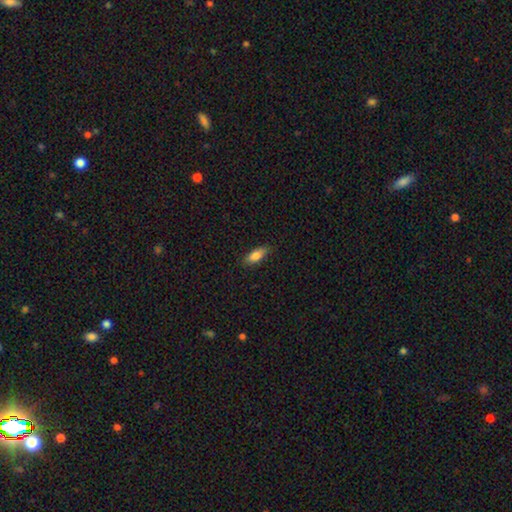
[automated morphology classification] smooth-or-featured: smooth: 82% | featured or disk: 11% | star or artifact: 7%
  how-rounded: in between: 73% | cigar-shaped: 25% | round: 2%
  merging: none: 82% | minor disturbance: 14% | major disturbance: 3% | merger: 1%